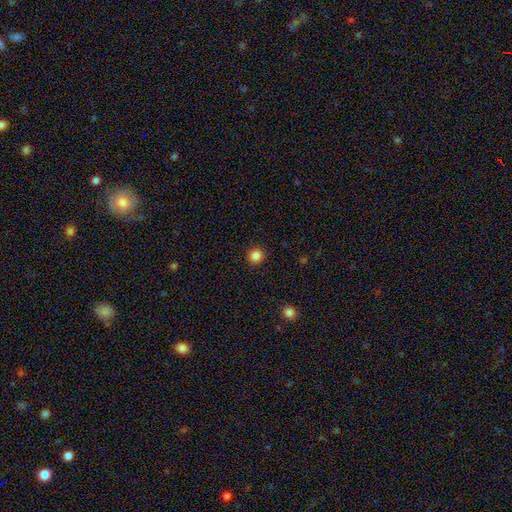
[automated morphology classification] Smooth or featured: smooth — 85% (star or artifact — 12%)
How rounded: round — 91% (in between — 8%)
Merging: none — 92% (minor disturbance — 5%)